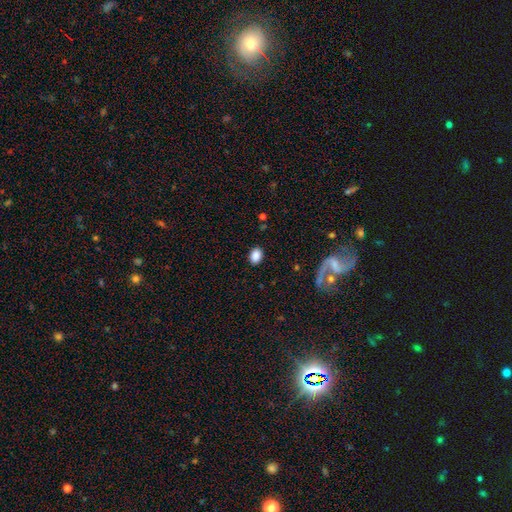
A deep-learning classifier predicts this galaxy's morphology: smooth-or-featured: smooth: 87% | star or artifact: 9% | featured or disk: 5%
  how-rounded: in between: 74% | round: 25% | cigar-shaped: 1%
  merging: none: 87% | minor disturbance: 9% | major disturbance: 3% | merger: 1%